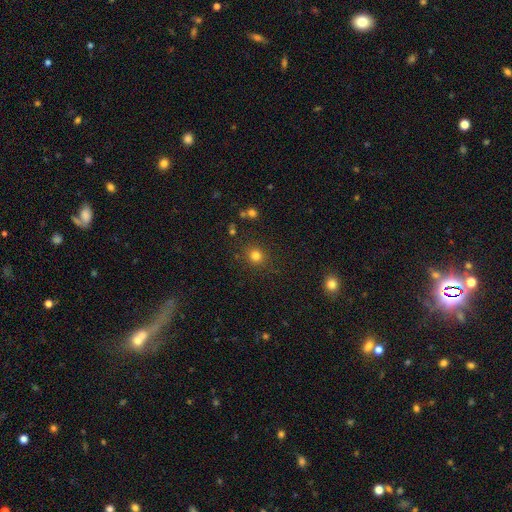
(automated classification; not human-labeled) Smooth or featured?
  - smooth: 80% *
  - star or artifact: 15%
  - featured or disk: 5%
How rounded?
  - round: 86% *
  - in between: 13%
  - cigar-shaped: 1%
Merging?
  - none: 87% *
  - minor disturbance: 8%
  - major disturbance: 3%
  - merger: 2%